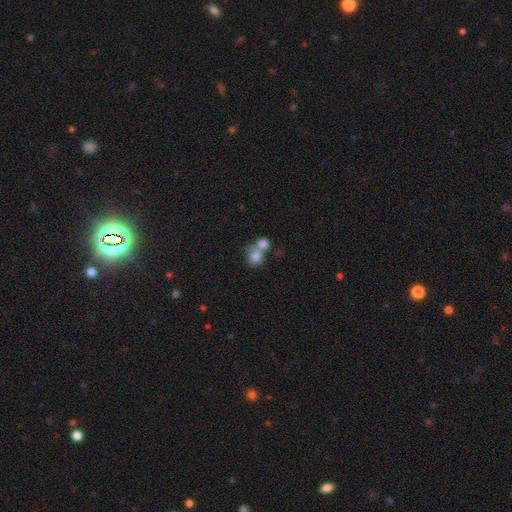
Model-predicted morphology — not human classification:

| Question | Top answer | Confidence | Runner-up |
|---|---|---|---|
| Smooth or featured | smooth | 79% | featured or disk (12%) |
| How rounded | round | 68% | in between (31%) |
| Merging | merger | 58% | none (28%) |